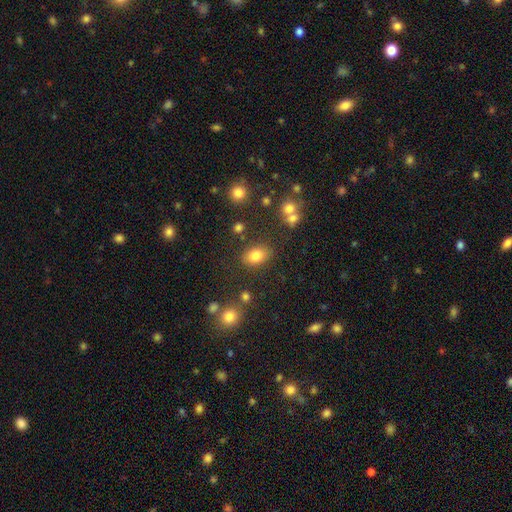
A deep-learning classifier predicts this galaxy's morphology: type=smooth (80%); roundness=in between (81%); merging=none (78%).